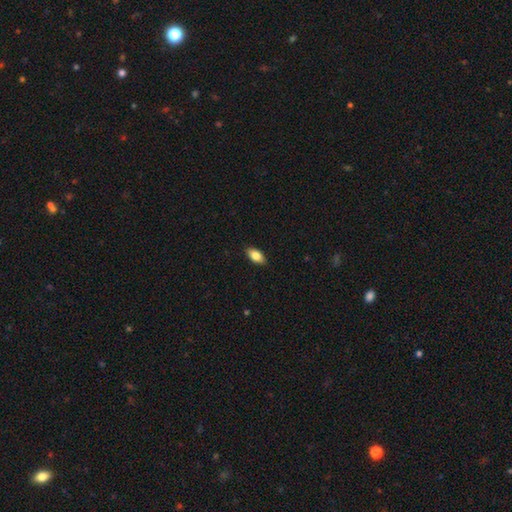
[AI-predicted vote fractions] This is clearly a smooth galaxy (81%). How rounded: clearly in between (91%). Merging: clearly none (88%).